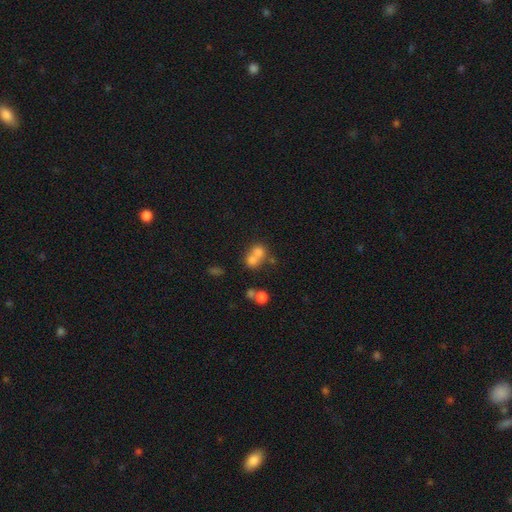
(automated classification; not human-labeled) A smooth galaxy with no disk features (67%) that is round (67%). Merging: merger (64%).